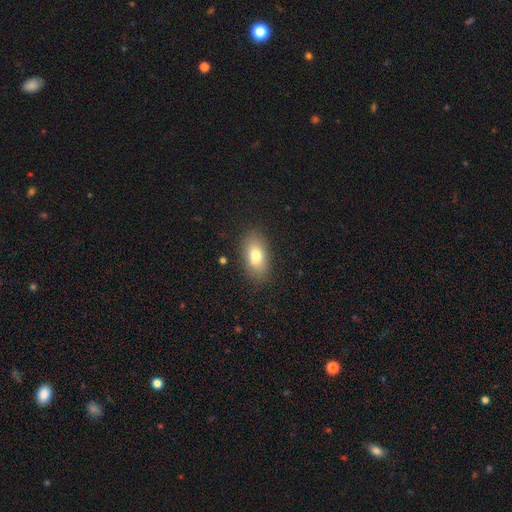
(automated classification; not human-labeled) Smooth or featured?
  - smooth: 77% *
  - featured or disk: 14%
  - star or artifact: 9%
How rounded?
  - in between: 88% *
  - round: 7%
  - cigar-shaped: 5%
Merging?
  - none: 84% *
  - minor disturbance: 11%
  - major disturbance: 3%
  - merger: 1%